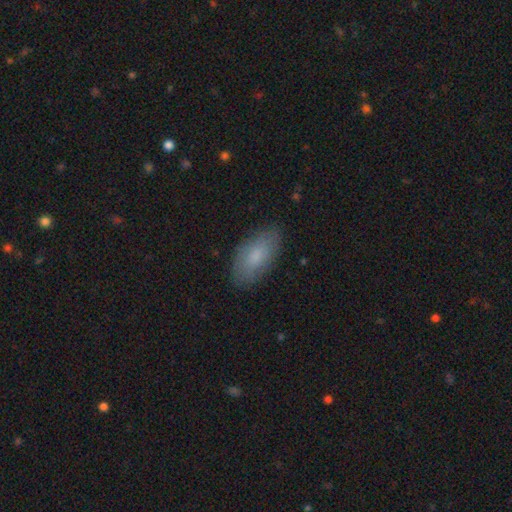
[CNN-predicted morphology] Smooth or featured? Predicted: smooth (p=0.80). How rounded? Predicted: in between (p=0.91). Merging? Predicted: none (p=0.83).